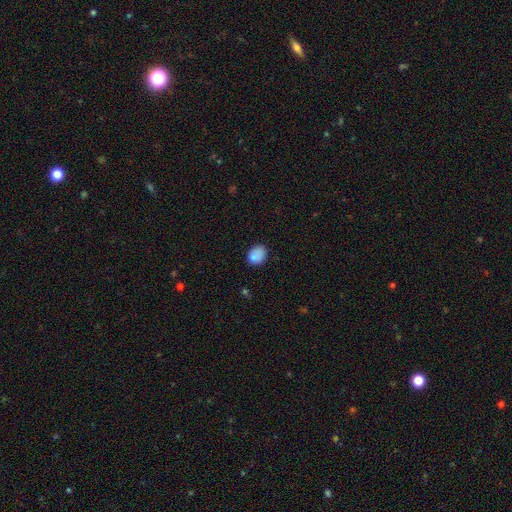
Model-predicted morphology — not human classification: Overall: smooth (84%). How rounded: in between (58%; round 41%). Merging: none (70%).